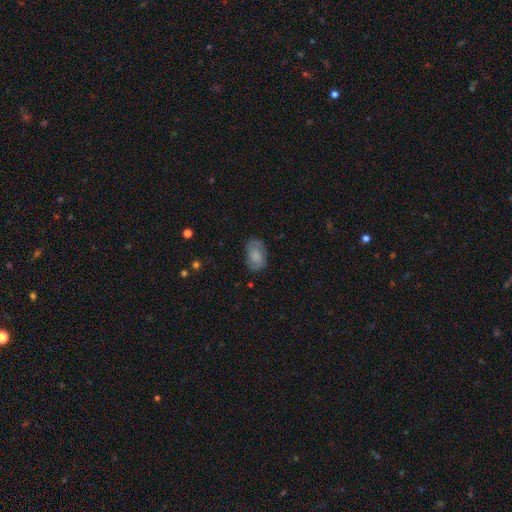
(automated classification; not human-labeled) Smooth or featured? Predicted: smooth (p=0.72). How rounded? Predicted: in between (p=0.89). Merging? Predicted: none (p=0.71).